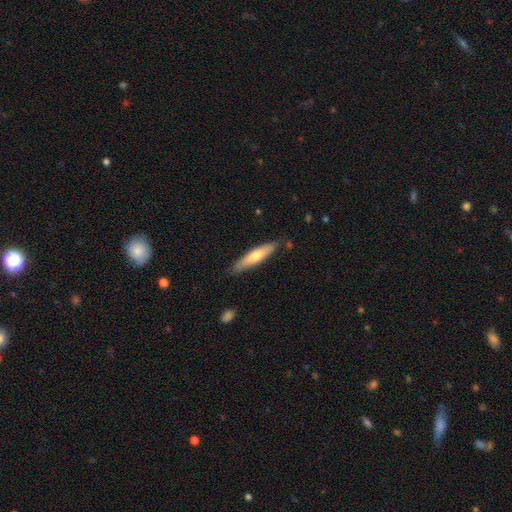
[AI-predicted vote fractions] Smooth or featured?
  - smooth: 64% *
  - featured or disk: 30%
  - star or artifact: 5%
How rounded?
  - cigar-shaped: 83% *
  - in between: 16%
  - round: 1%
Merging?
  - none: 82% *
  - minor disturbance: 13%
  - major disturbance: 2%
  - merger: 2%